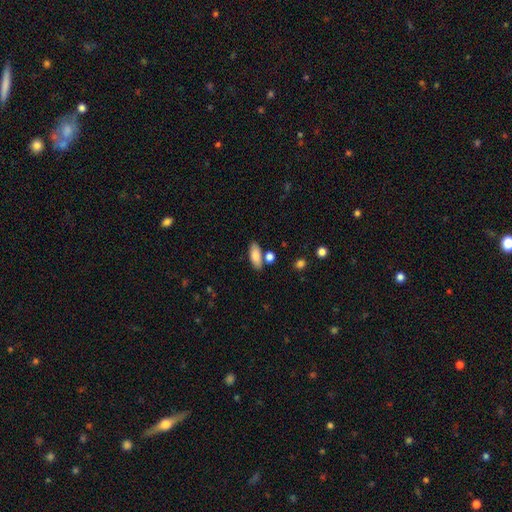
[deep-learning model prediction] Smooth or featured? Predicted: smooth (p=0.84). How rounded? Predicted: in between (p=0.82). Merging? Predicted: none (p=0.72).